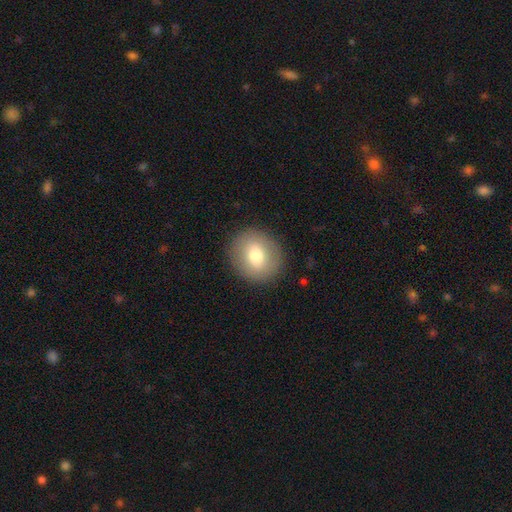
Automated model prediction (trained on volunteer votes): smooth_or_featured: smooth (p=0.73) [alt: featured or disk p=0.19]
how_rounded: round (p=0.80) [alt: in between p=0.19]
merging: none (p=0.89) [alt: minor disturbance p=0.07]